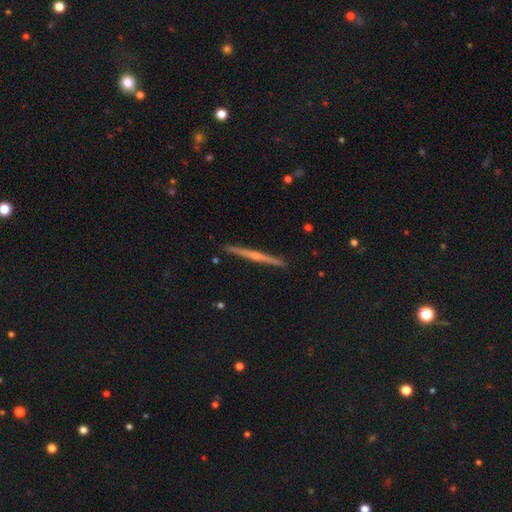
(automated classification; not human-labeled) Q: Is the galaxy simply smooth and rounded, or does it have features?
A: featured or disk — 70%.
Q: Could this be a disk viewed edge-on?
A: yes — 98%.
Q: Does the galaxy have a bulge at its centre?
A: rounded — 53%.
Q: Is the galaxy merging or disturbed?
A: none — 92%.